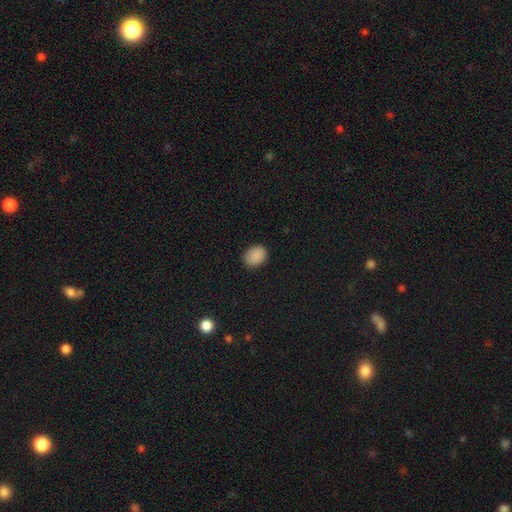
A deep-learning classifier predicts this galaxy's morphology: Q: Smooth or featured?
A: smooth (88%); runner-up: star or artifact (9%)
Q: How rounded?
A: in between (58%); runner-up: round (41%)
Q: Merging?
A: none (88%); runner-up: minor disturbance (9%)